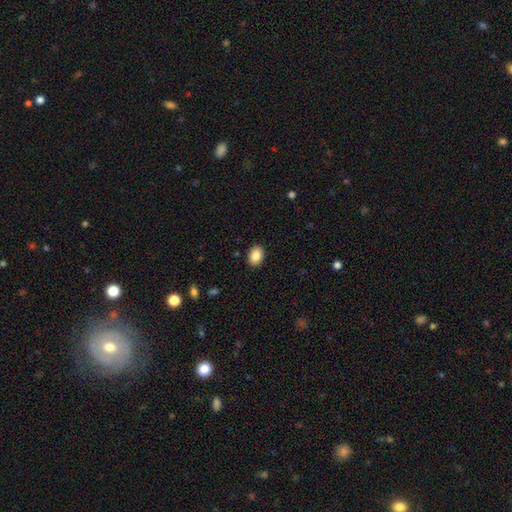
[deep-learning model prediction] Morphology: type=smooth (87%); roundness=in between (73%); merging=none (90%).